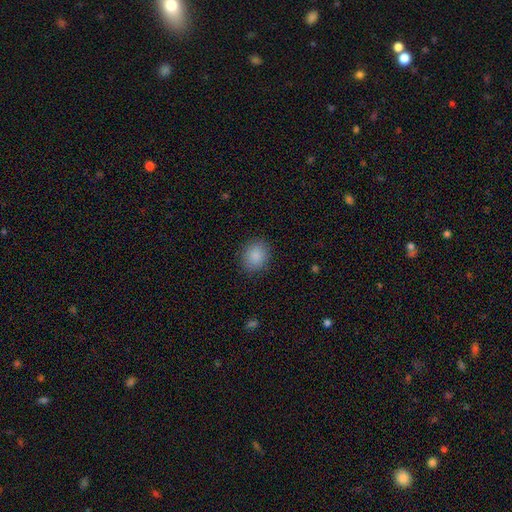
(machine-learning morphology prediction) A smooth galaxy with no disk features (88%) that is round (69%).

Vote fractions:
- Smooth or featured? smooth: 88% / star or artifact: 8% / featured or disk: 4%
- How rounded? round: 69% / in between: 30% / cigar-shaped: 1%
- Merging? none: 88% / minor disturbance: 8% / major disturbance: 3% / merger: 1%